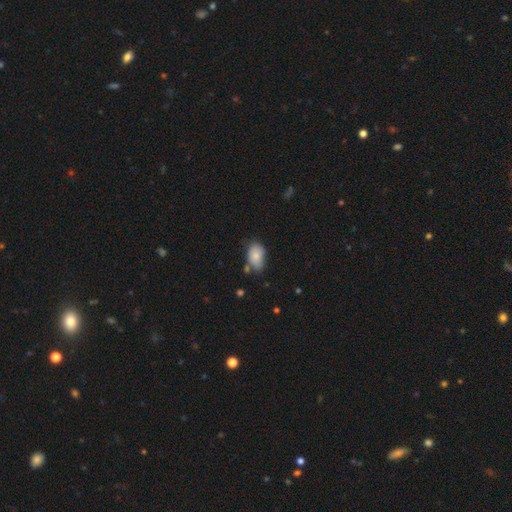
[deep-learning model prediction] This appears to be a smooth galaxy with no disk features (82%) that is in between round and cigar-shaped (87%). Merging: none (54%).